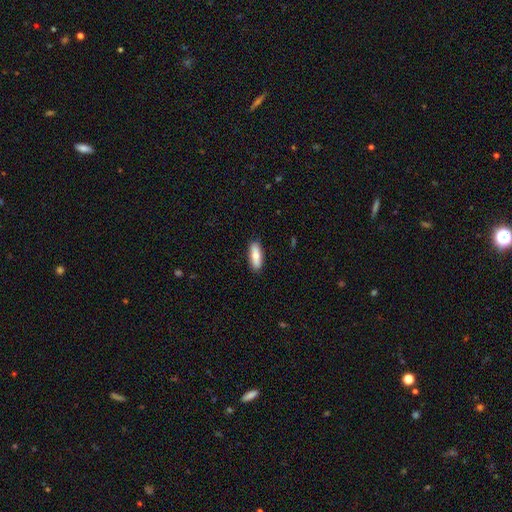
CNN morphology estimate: Q: Smooth or featured?
A: smooth (78%); runner-up: featured or disk (16%)
Q: How rounded?
A: in between (61%); runner-up: cigar-shaped (37%)
Q: Merging?
A: none (88%); runner-up: minor disturbance (9%)